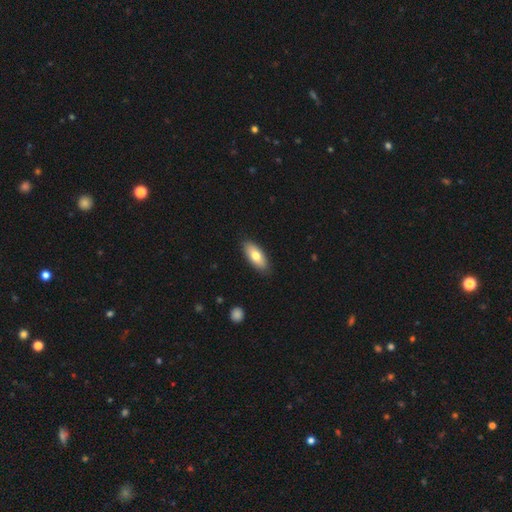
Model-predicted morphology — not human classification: type=smooth (73%); roundness=in between (83%); merging=none (87%).